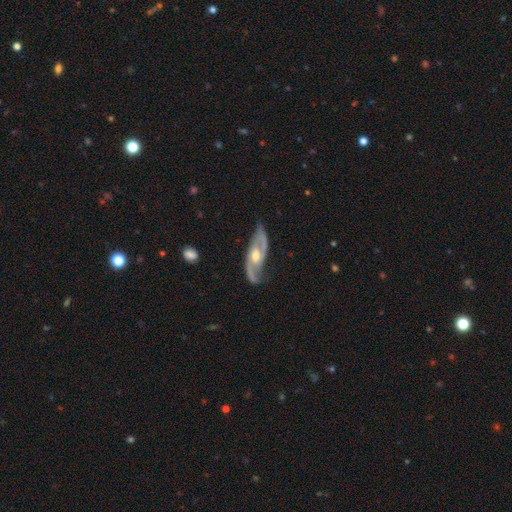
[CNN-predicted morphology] This is clearly a featured or disk galaxy (88%). It is clearly not viewed edge-on (90%). Bar: possibly no (50%). Spiral arm pattern: clearly yes (95%). Spiral arm count: clearly 2 (87%). Spiral winding: possibly medium (48%). Central bulge: likely moderate (70%). Merging: likely none (74%).